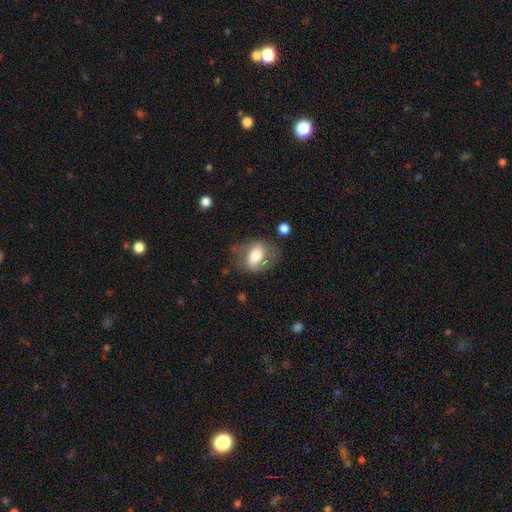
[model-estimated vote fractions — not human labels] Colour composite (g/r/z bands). It shows a smooth galaxy with no disk features (56%) that is in between round and cigar-shaped (74%). Merging: none (63%).